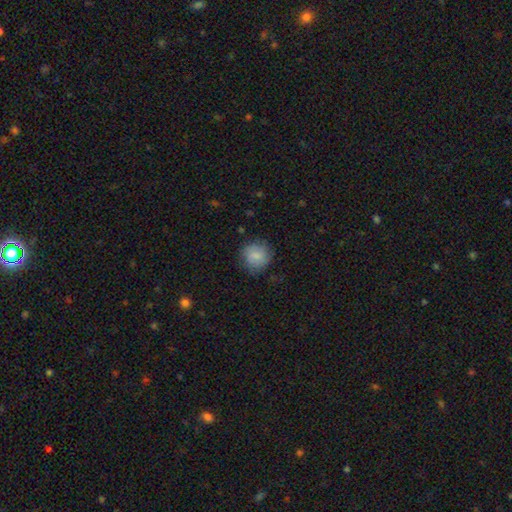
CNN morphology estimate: A smooth galaxy with no disk features (83%) that is round (89%).

Vote fractions:
- Smooth or featured? smooth: 83% / featured or disk: 10% / star or artifact: 7%
- How rounded? round: 89% / in between: 10% / cigar-shaped: 1%
- Merging? none: 78% / minor disturbance: 16% / major disturbance: 4% / merger: 1%